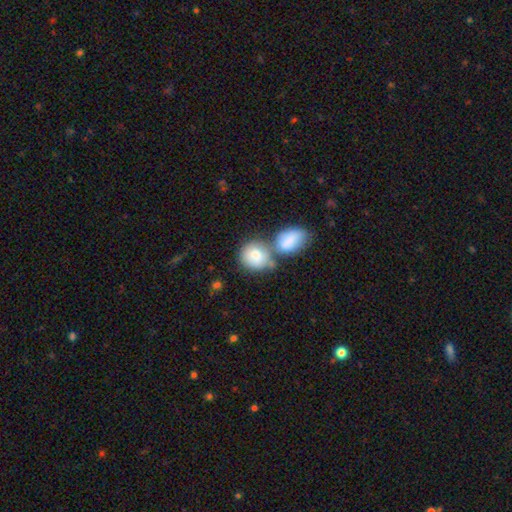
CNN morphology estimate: smooth_or_featured: smooth (p=0.80) [alt: featured or disk p=0.14]
how_rounded: round (p=0.75) [alt: in between p=0.24]
merging: merger (p=0.49) [alt: none p=0.35]